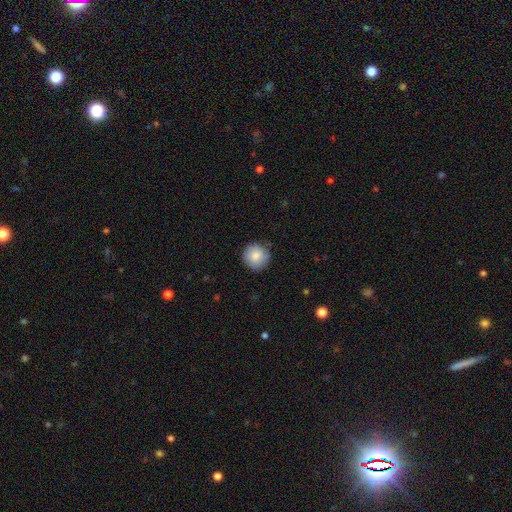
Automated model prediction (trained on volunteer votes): The model was most divided on "merging": none: 86%, minor disturbance: 11%, major disturbance: 2%, merger: 1%. More confident: how rounded — round (95%); smooth or featured — smooth (85%).